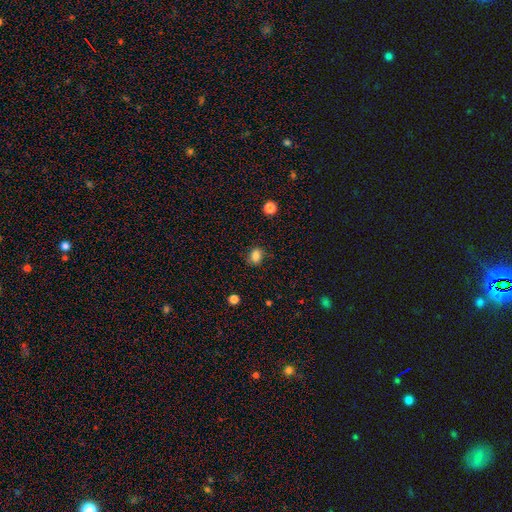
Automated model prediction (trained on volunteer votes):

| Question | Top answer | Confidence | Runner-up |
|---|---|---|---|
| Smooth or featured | smooth | 84% | star or artifact (11%) |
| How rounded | in between | 65% | round (34%) |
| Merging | none | 81% | minor disturbance (14%) |